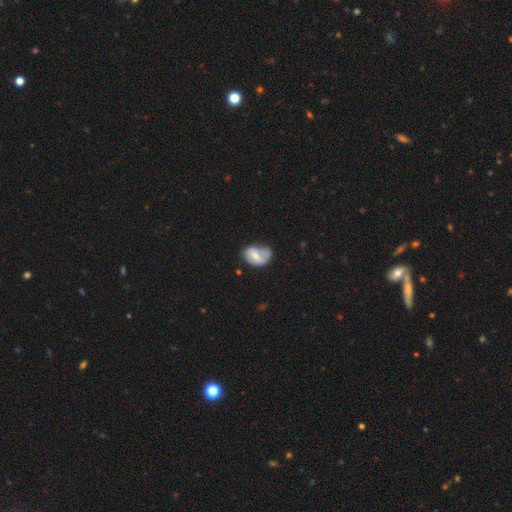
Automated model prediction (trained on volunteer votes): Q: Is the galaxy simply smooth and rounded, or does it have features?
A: smooth — 49%.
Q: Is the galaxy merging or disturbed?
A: minor disturbance — 38%.